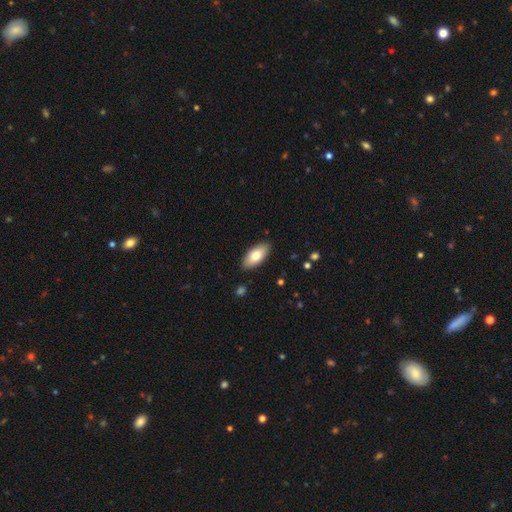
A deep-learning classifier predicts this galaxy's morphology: type=smooth (77%); roundness=in between (89%); merging=none (89%).